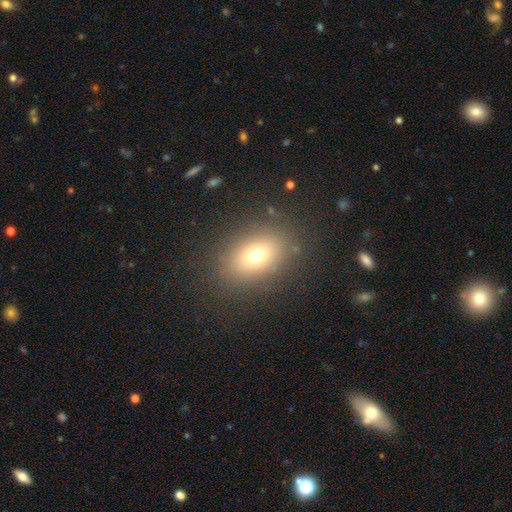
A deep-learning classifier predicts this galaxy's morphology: This appears to be a smooth galaxy with no disk features (72%) that is in between round and cigar-shaped (72%). Merging: none (84%).